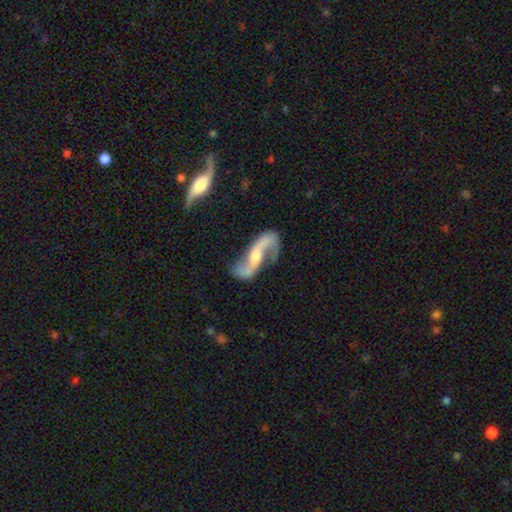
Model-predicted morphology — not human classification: Smooth or featured? featured or disk (90%)
Edge-on disk? no (93%)
Bar? no (40%)
Spiral arms? yes (96%)
Spiral winding? loose (73%)
Spiral arm count? 2 (93%)
Bulge size? moderate (55%)
Merging? none (70%)